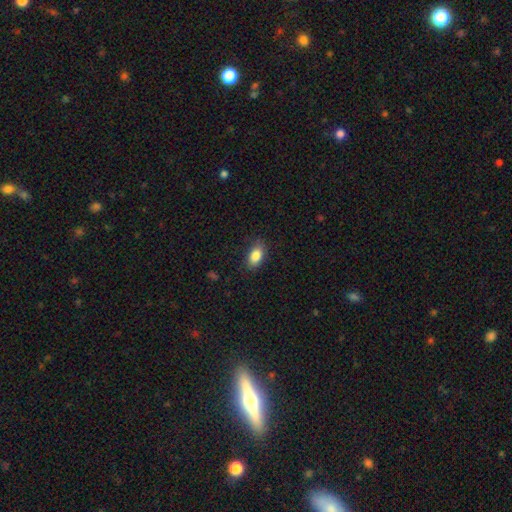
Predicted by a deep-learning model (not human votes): smooth 85%, star or artifact 8%, featured or disk 7%. Down the decision tree: how rounded — in between (89%); merging — none (84%).